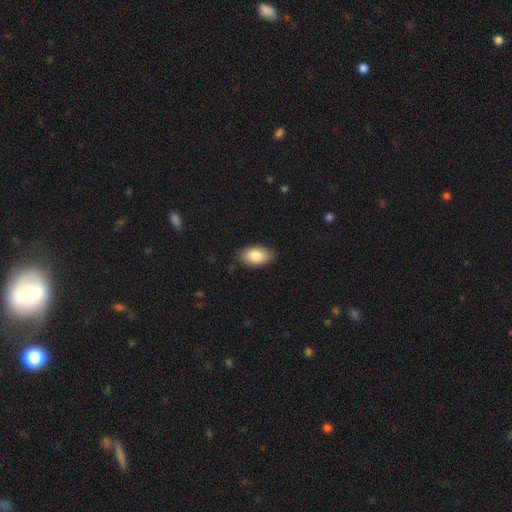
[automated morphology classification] smooth_or_featured: smooth (p=0.85) [alt: featured or disk p=0.08]
how_rounded: in between (p=0.94) [alt: round p=0.04]
merging: none (p=0.86) [alt: minor disturbance p=0.11]